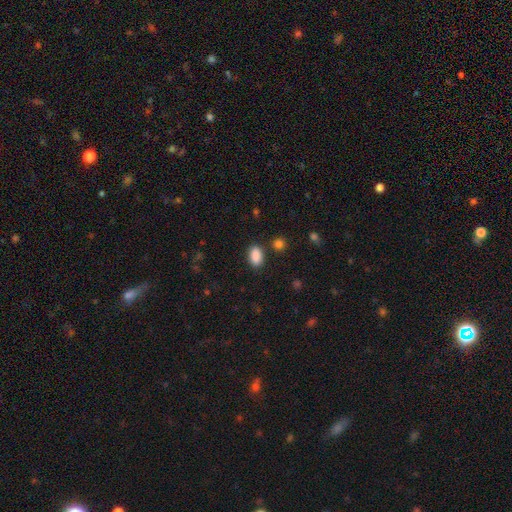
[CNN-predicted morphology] Overall: smooth (89%). How rounded: in between (90%). Merging: none (85%).